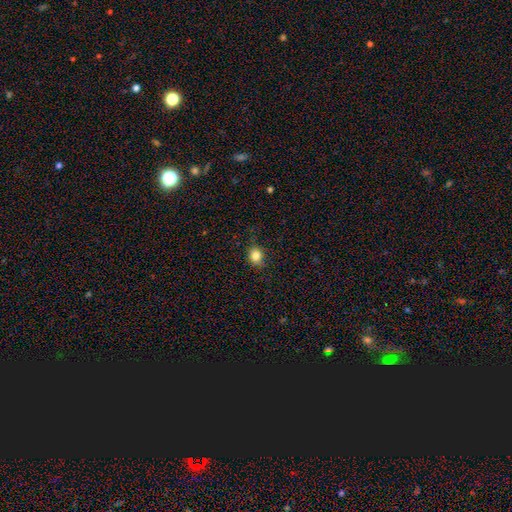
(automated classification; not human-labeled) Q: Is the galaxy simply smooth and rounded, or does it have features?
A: smooth — 82%.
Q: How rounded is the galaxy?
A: round — 67%.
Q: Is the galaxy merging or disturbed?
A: none — 79%.